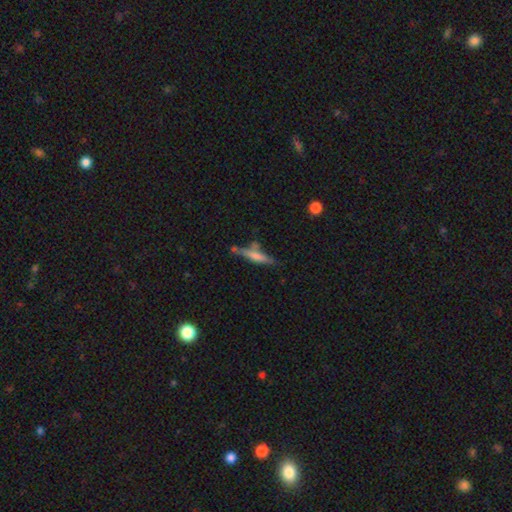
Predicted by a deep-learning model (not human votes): Q: Smooth or featured?
A: smooth (55%); runner-up: featured or disk (38%)
Q: How rounded?
A: cigar-shaped (85%); runner-up: in between (13%)
Q: Merging?
A: none (60%); runner-up: minor disturbance (19%)